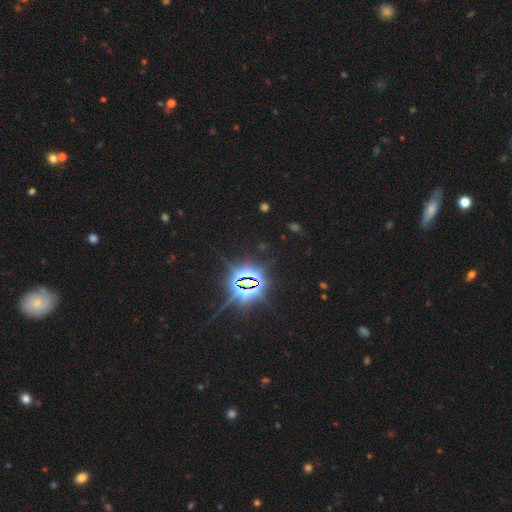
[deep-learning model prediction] The model was most divided on "smooth or featured": star or artifact: 85%, smooth: 9%, featured or disk: 6%.